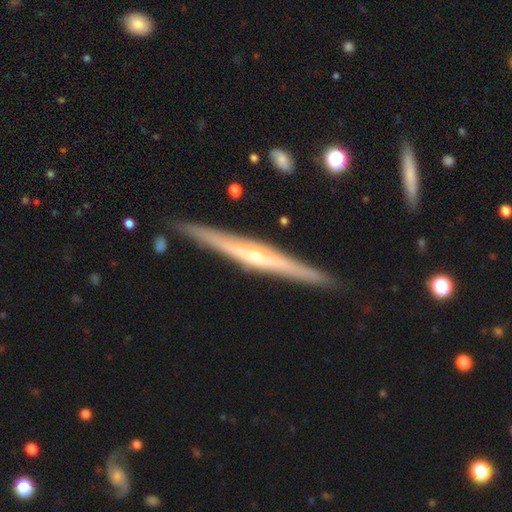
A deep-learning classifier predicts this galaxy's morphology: featured or disk 80%, smooth 15%, star or artifact 5%. Down the decision tree: edge-on disk — yes (97%); edge-on bulge — rounded (69%); merging — none (89%).